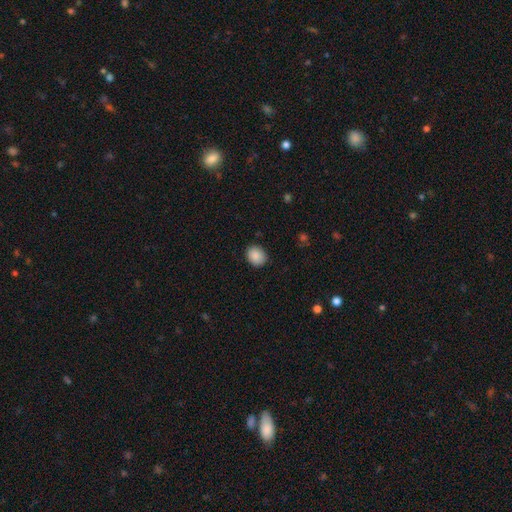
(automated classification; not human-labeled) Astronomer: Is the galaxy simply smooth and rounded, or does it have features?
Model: smooth — 88%.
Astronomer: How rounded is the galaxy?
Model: round — 62%.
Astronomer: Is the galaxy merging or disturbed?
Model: none — 88%.